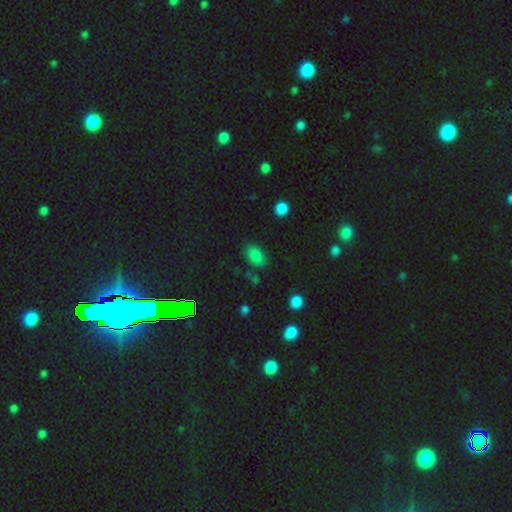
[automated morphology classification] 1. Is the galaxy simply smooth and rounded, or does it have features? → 78% smooth, 16% star or artifact, 7% featured or disk.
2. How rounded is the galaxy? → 88% in between, 10% round, 2% cigar-shaped.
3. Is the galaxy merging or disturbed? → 76% none, 16% minor disturbance, 5% major disturbance, 3% merger.